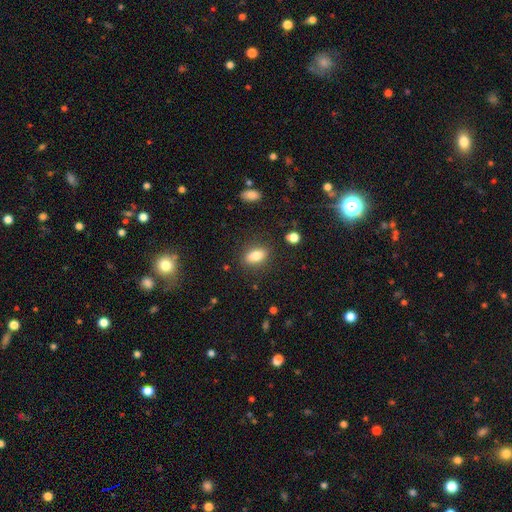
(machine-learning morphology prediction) Smooth or featured: smooth — 82% (featured or disk — 9%)
How rounded: in between — 84% (cigar-shaped — 9%)
Merging: none — 85% (minor disturbance — 10%)